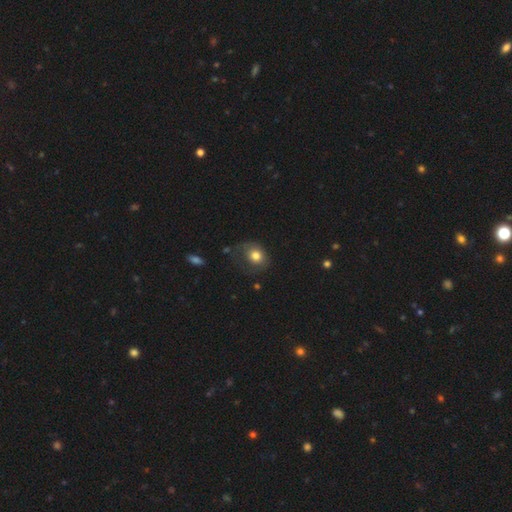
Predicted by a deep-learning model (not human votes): A smooth galaxy with no disk features (73%) that is round (56%). Merging: none (48%).